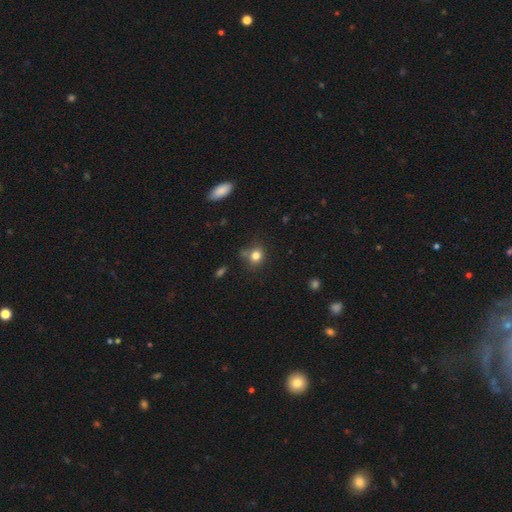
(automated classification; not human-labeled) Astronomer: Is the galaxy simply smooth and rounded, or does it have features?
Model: smooth — 80%.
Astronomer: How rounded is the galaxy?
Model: round — 73%.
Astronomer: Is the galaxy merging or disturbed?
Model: none — 68%.